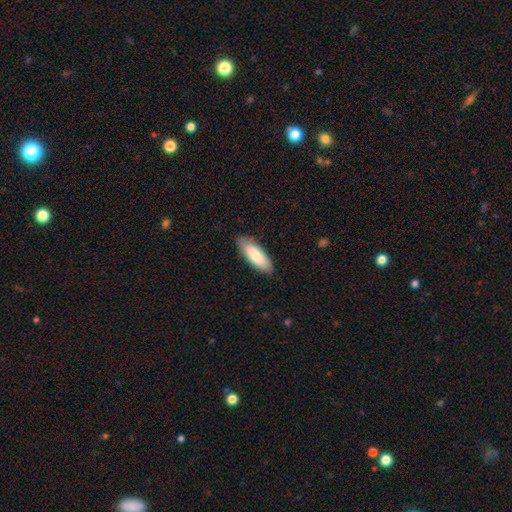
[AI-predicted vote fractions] Smooth or featured? smooth (82%)
How rounded? in between (68%)
Merging? none (85%)